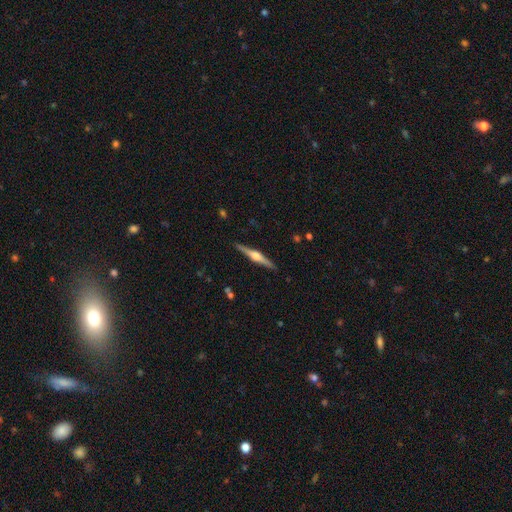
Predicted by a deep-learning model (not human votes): A featured or disk galaxy (79%) viewed edge-on (98%) with a rounded central bulge (92%).

Vote fractions:
- Smooth or featured? featured or disk: 79% / smooth: 16% / star or artifact: 5%
- Edge-on disk? yes: 98% / no: 2%
- Edge-on bulge? rounded: 92% / boxy: 6% / none: 2%
- Merging? none: 91% / minor disturbance: 6% / major disturbance: 1% / merger: 1%